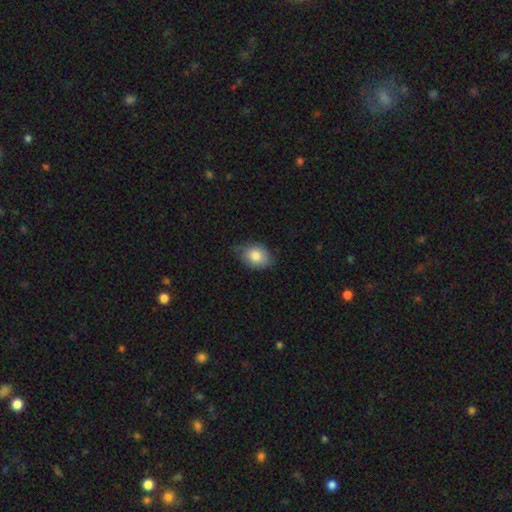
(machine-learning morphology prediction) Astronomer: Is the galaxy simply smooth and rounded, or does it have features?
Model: smooth — 81%.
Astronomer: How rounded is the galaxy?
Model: in between — 76%.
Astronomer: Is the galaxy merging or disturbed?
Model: none — 65%.